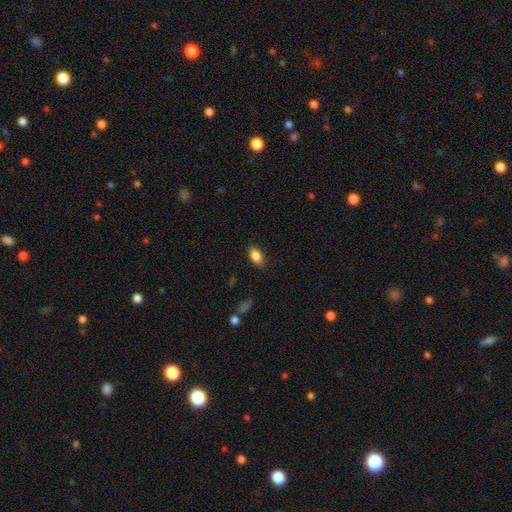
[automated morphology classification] A smooth galaxy with no disk features (85%) that is in between round and cigar-shaped (89%). Merging: none (82%).